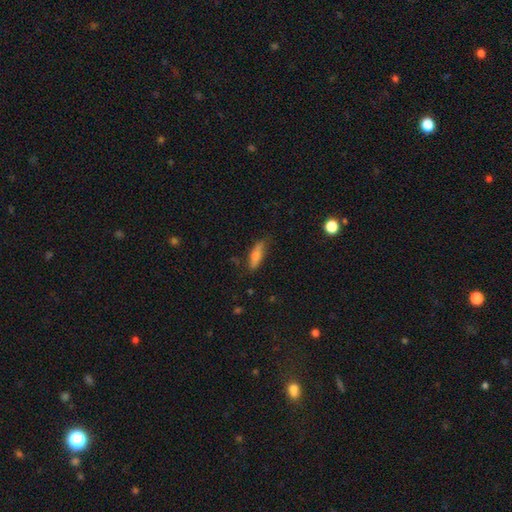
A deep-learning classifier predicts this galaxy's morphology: Smooth or featured?
  - smooth: 65% *
  - featured or disk: 28%
  - star or artifact: 7%
How rounded?
  - cigar-shaped: 51% *
  - in between: 46%
  - round: 3%
Merging?
  - none: 75% *
  - minor disturbance: 19%
  - major disturbance: 4%
  - merger: 2%